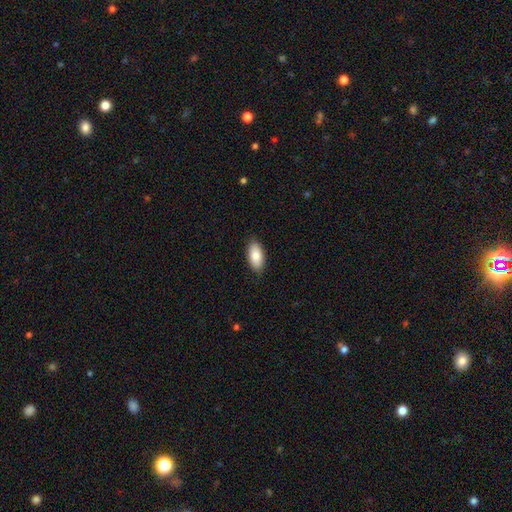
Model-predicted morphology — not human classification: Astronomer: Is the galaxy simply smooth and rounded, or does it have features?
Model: smooth — 84%.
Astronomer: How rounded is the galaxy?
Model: in between — 91%.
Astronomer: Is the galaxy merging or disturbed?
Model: none — 87%.